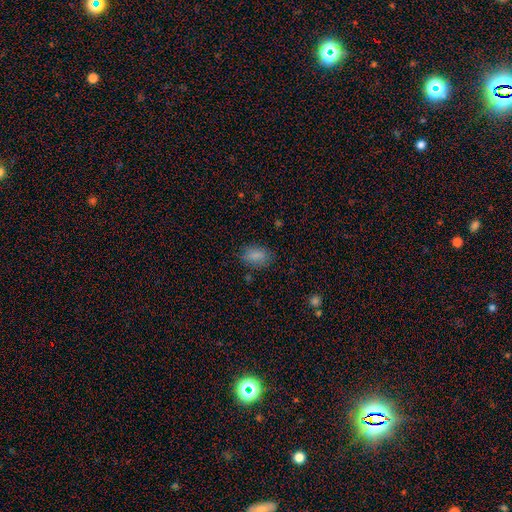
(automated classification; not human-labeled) This appears to be a smooth galaxy with no disk features (81%) that is in between round and cigar-shaped (85%). Merging: none (77%).